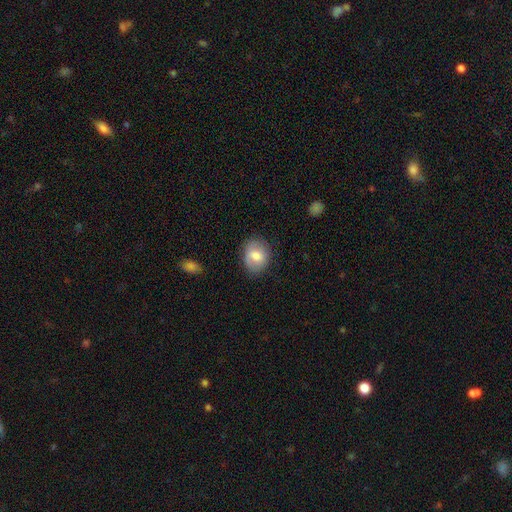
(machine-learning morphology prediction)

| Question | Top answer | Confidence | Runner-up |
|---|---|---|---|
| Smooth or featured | smooth | 74% | featured or disk (18%) |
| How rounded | round | 55% | in between (44%) |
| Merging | none | 78% | minor disturbance (16%) |